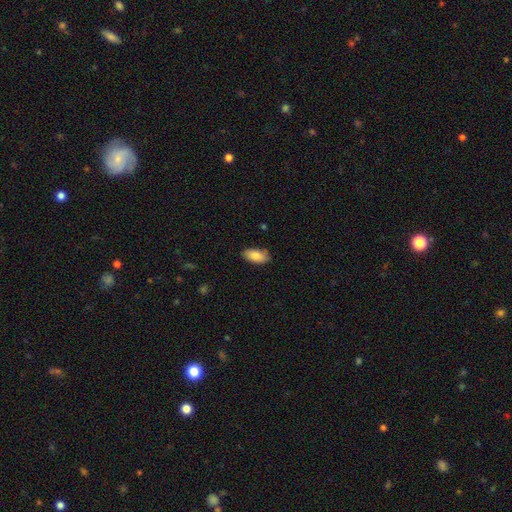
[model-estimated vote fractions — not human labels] Smooth or featured: smooth — 85% (featured or disk — 9%)
How rounded: in between — 93% (cigar-shaped — 5%)
Merging: none — 80% (minor disturbance — 16%)